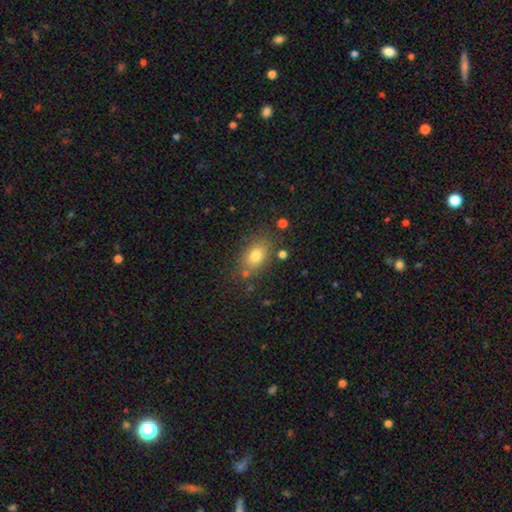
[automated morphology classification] type=smooth (78%); roundness=in between (80%); merging=none (76%).